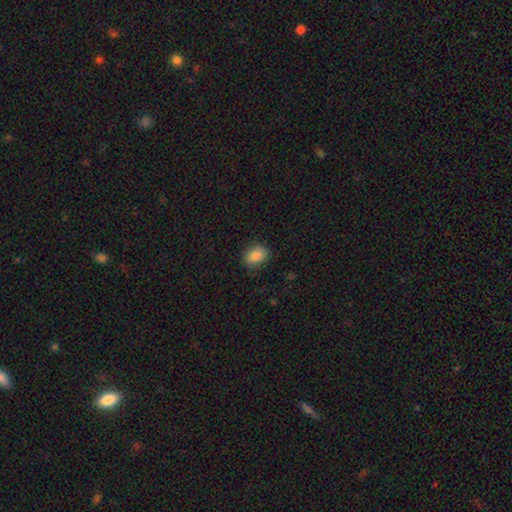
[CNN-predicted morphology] Smooth or featured? Predicted: smooth (p=0.85). How rounded? Predicted: in between (p=0.54). Merging? Predicted: none (p=0.84).